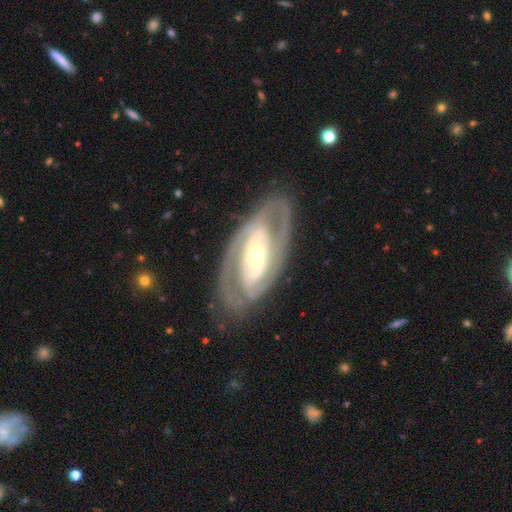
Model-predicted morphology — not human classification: type=featured or disk (88%); edge-on=no (94%); bar=strong (46%); spiral arms=yes (90%); winding=tight (54%); arm count=2 (76%); bulge=moderate (53%); merging=none (79%).